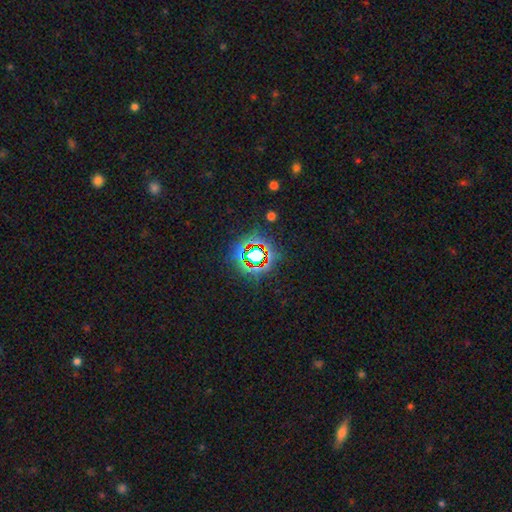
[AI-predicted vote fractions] This appears to be a star or artifact, not a galaxy (74%).